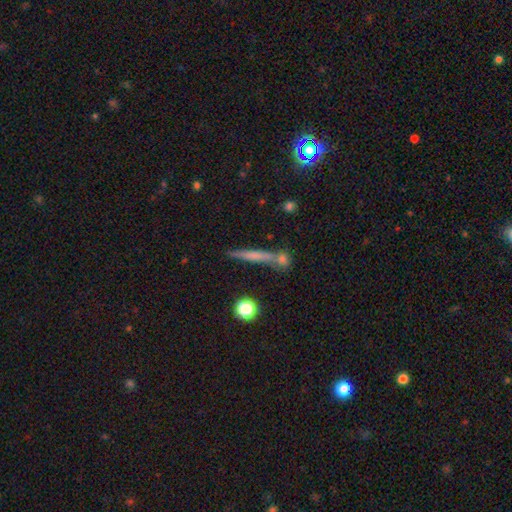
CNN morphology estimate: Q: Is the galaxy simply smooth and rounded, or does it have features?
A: smooth — 50%.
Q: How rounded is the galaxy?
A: cigar-shaped — 92%.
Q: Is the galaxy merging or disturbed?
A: none — 74%.